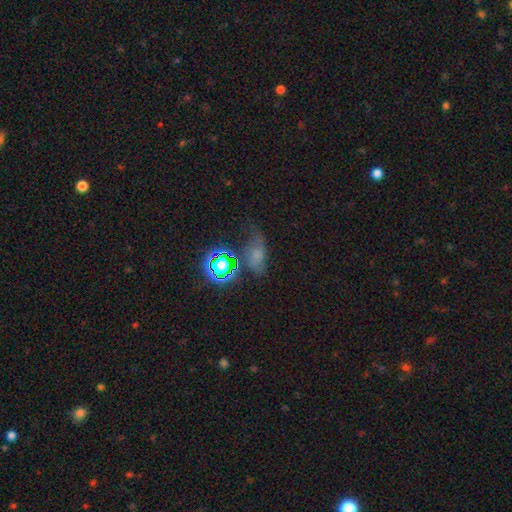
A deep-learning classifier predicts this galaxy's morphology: Q: Smooth or featured?
A: smooth (50%); runner-up: star or artifact (31%)
Q: How rounded?
A: in between (76%); runner-up: round (18%)
Q: Merging?
A: none (47%); runner-up: minor disturbance (27%)